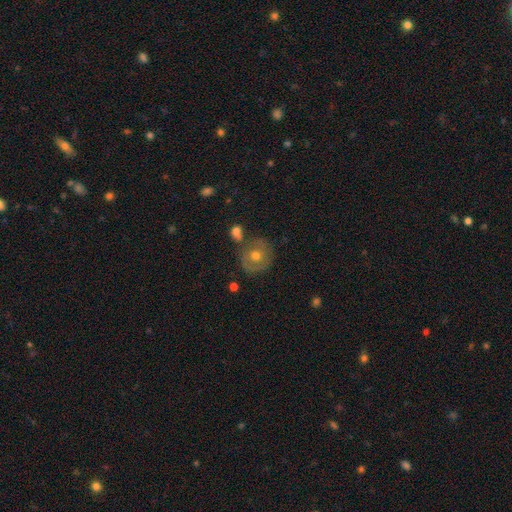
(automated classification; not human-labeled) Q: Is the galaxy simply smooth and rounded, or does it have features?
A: featured or disk — 47%.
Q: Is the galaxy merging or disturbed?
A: none — 69%.